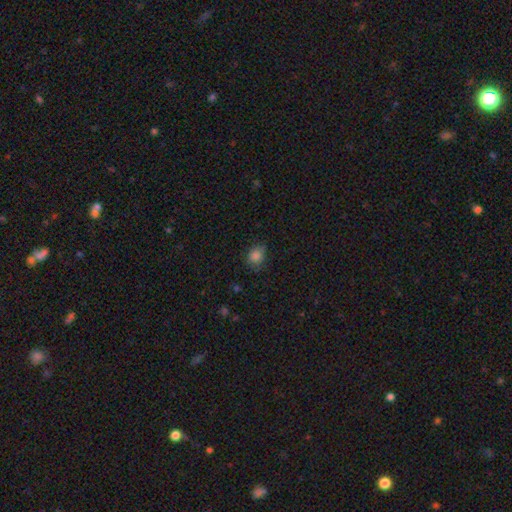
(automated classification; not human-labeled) This is clearly a smooth galaxy (83%). How rounded: likely round (67%). Merging: likely none (69%).